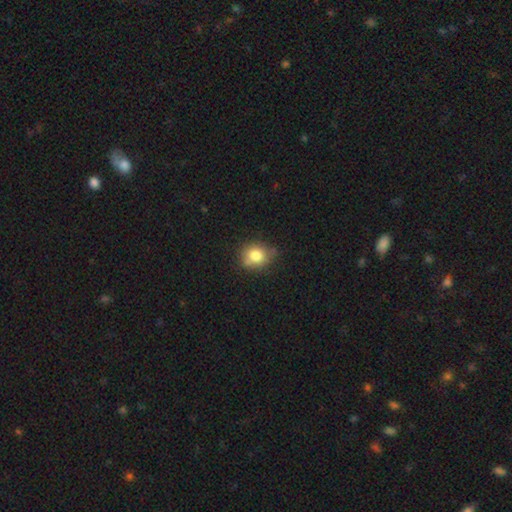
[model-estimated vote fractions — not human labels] smooth 80%, star or artifact 10%, featured or disk 10%. Down the decision tree: how rounded — round (70%); merging — none (68%).